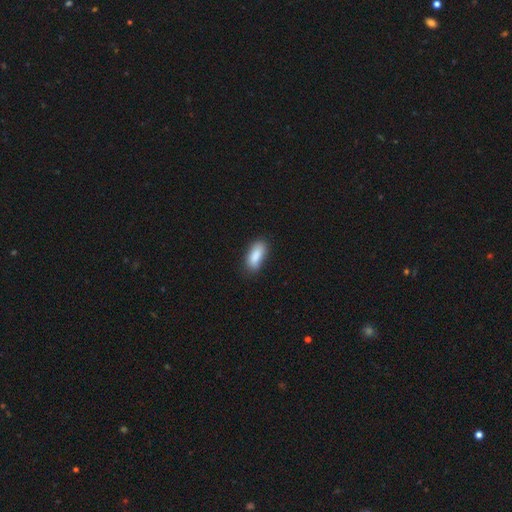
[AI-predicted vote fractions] Overall: smooth (87%). How rounded: in between (83%). Merging: none (72%).